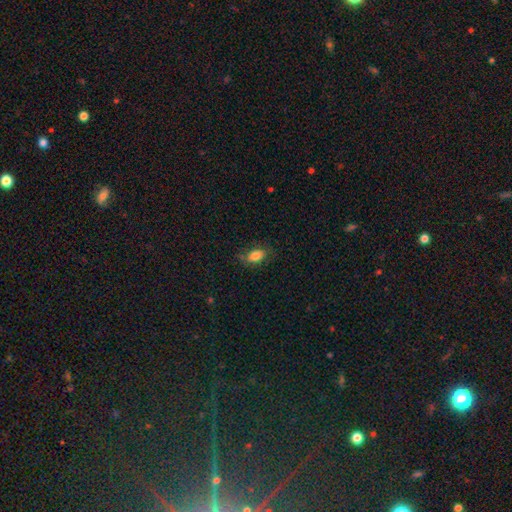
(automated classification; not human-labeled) A smooth galaxy with no disk features (82%) that is in between round and cigar-shaped (86%).

Vote fractions:
- Smooth or featured? smooth: 82% / featured or disk: 9% / star or artifact: 9%
- How rounded? in between: 86% / round: 11% / cigar-shaped: 3%
- Merging? none: 74% / minor disturbance: 19% / major disturbance: 5% / merger: 2%